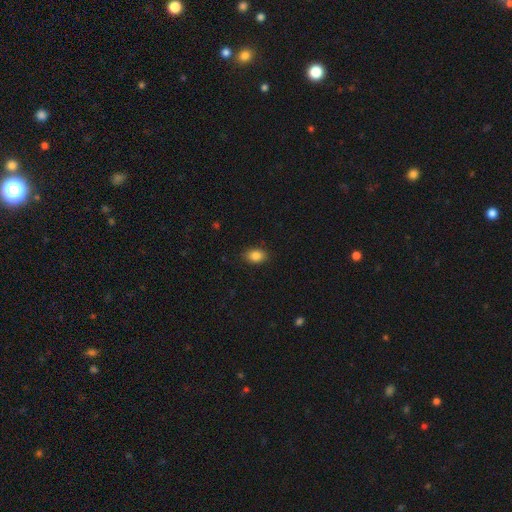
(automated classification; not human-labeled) The model was most divided on "how rounded": in between: 82%, round: 17%, cigar-shaped: 1%. More confident: merging — none (87%); smooth or featured — smooth (86%).